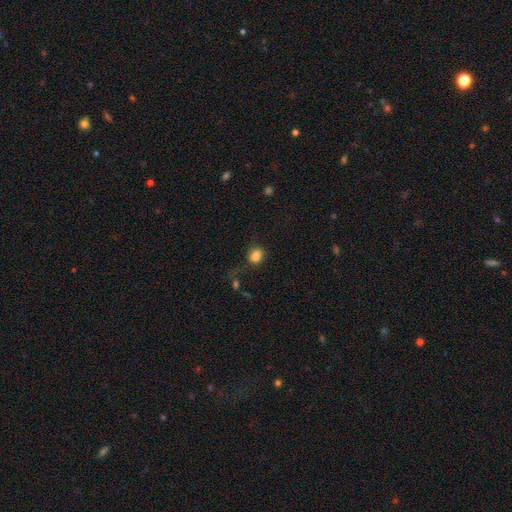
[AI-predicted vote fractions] This appears to be a smooth galaxy with no disk features (84%) that is round (60%). Merging: none (56%).